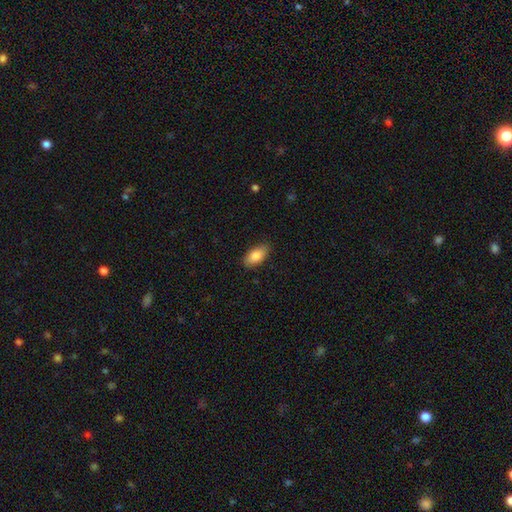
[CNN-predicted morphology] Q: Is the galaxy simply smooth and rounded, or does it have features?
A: smooth — 85%.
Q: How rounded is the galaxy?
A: in between — 92%.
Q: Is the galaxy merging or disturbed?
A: none — 86%.